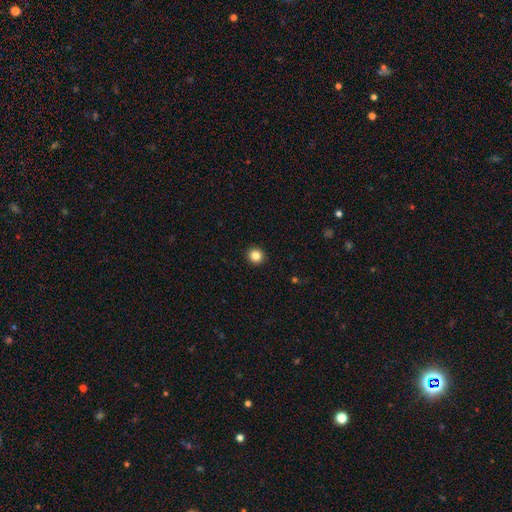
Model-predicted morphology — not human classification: The model was most divided on "smooth or featured": smooth: 84%, star or artifact: 11%, featured or disk: 5%. More confident: merging — none (94%); how rounded — round (93%).